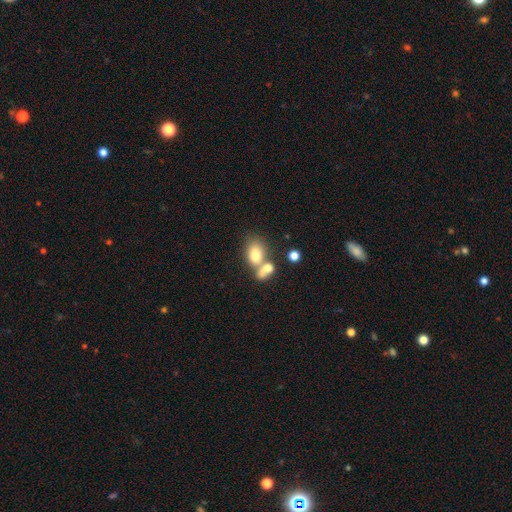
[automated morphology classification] smooth-or-featured: smooth: 74% | featured or disk: 16% | star or artifact: 9%
  how-rounded: in between: 75% | round: 23% | cigar-shaped: 2%
  merging: merger: 55% | none: 30% | minor disturbance: 9% | major disturbance: 6%